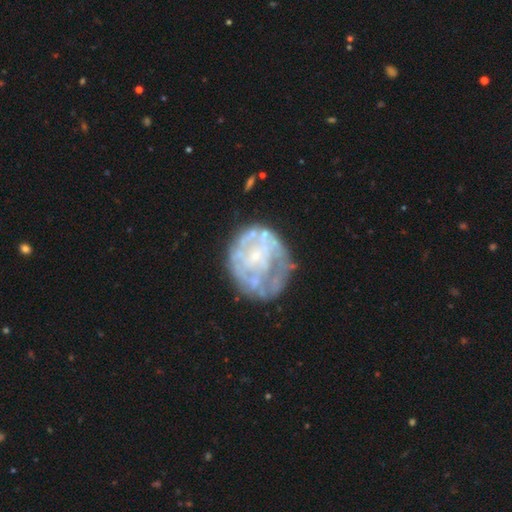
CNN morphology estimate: A featured or disk galaxy (69%) with no bar (80%), no spiral arms (69%) and a small central bulge (52%). Merging: none (53%).